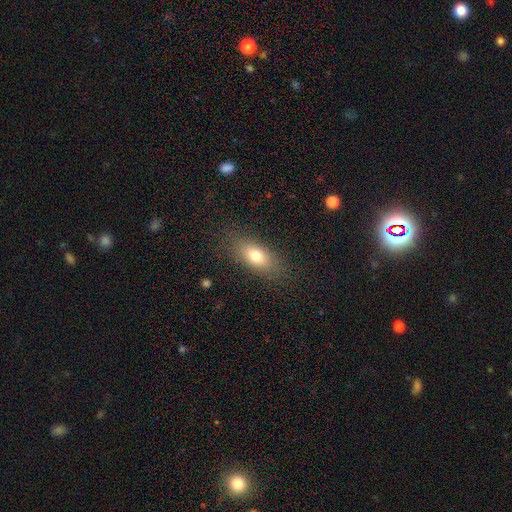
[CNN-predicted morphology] This appears to be a smooth galaxy with no disk features (75%) that is in between round and cigar-shaped (79%). Merging: none (83%).